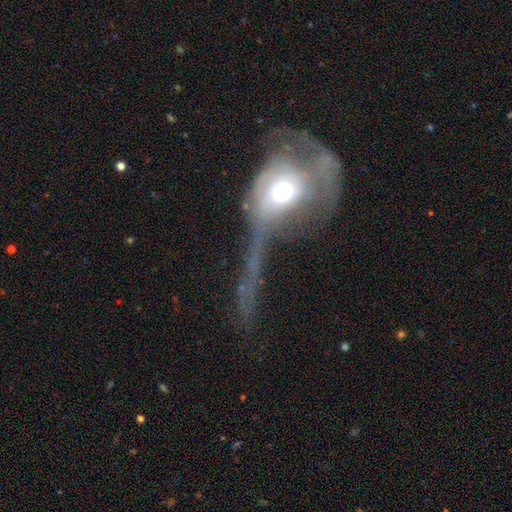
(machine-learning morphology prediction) smooth_or_featured: featured or disk (p=0.56) [alt: smooth p=0.30]
disk_edge_on: no (p=0.73) [alt: yes p=0.27]
merging: major disturbance (p=0.60) [alt: none p=0.17]